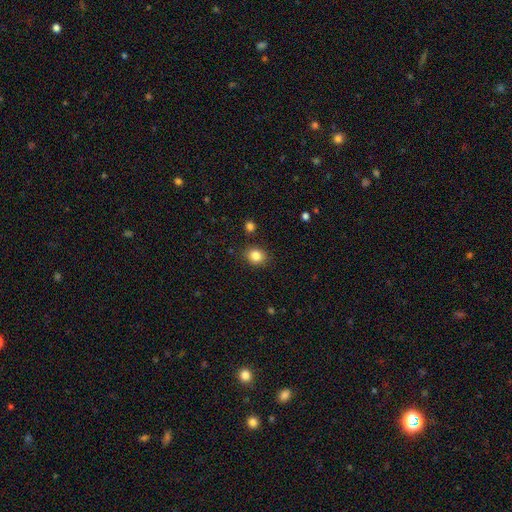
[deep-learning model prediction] Morphology: type=smooth (84%); roundness=round (65%); merging=none (86%).